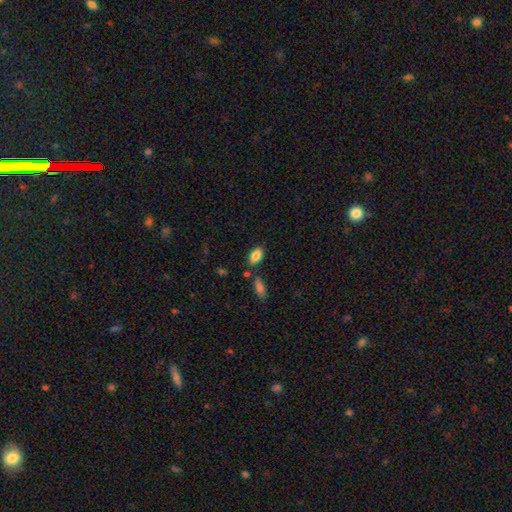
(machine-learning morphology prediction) A smooth galaxy with no disk features (85%) that is in between round and cigar-shaped (89%). Merging: none (72%).